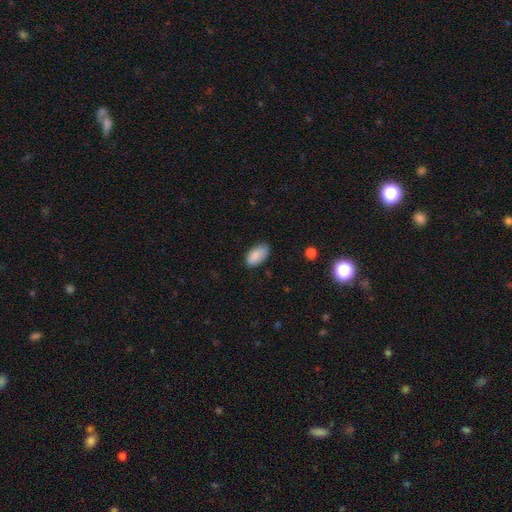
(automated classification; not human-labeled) smooth-or-featured: smooth: 87% | star or artifact: 7% | featured or disk: 6%
  how-rounded: in between: 94% | cigar-shaped: 3% | round: 3%
  merging: none: 71% | minor disturbance: 23% | major disturbance: 4% | merger: 1%